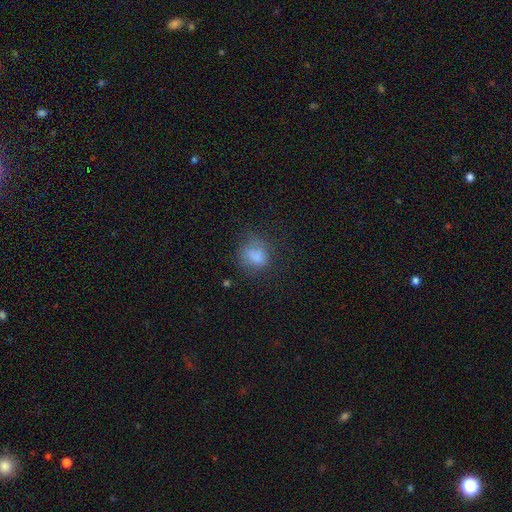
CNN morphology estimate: This is likely a smooth galaxy (72%). How rounded: possibly round (57%). Merging: possibly none (51%).